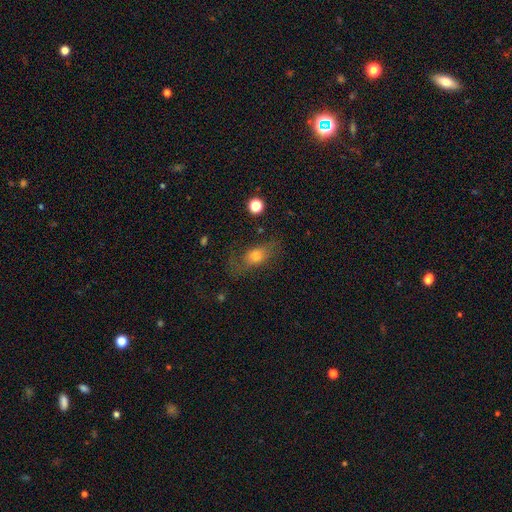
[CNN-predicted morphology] Smooth or featured?
  - smooth: 58% *
  - featured or disk: 29%
  - star or artifact: 13%
How rounded?
  - in between: 69% *
  - round: 17%
  - cigar-shaped: 14%
Merging?
  - none: 58% *
  - minor disturbance: 23%
  - major disturbance: 17%
  - merger: 3%